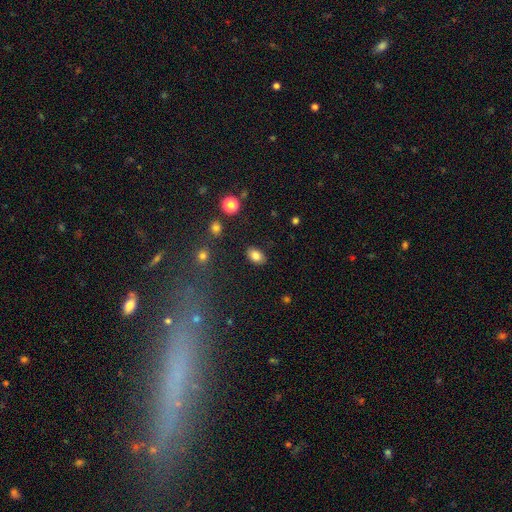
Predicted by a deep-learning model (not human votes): Q: Smooth or featured?
A: smooth (83%); runner-up: star or artifact (9%)
Q: How rounded?
A: in between (85%); runner-up: round (13%)
Q: Merging?
A: none (87%); runner-up: minor disturbance (9%)